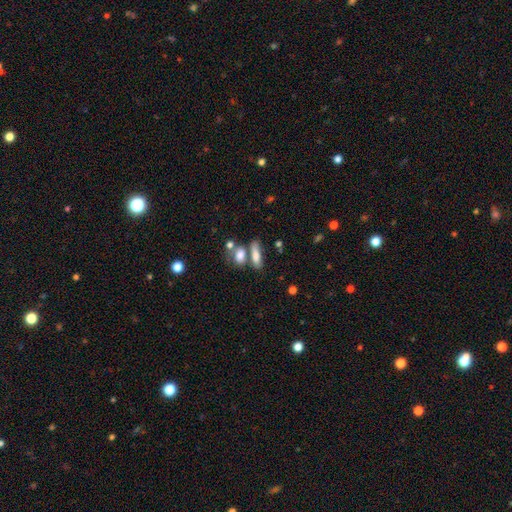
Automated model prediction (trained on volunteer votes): smooth_or_featured: smooth (p=0.77) [alt: featured or disk p=0.15]
how_rounded: in between (p=0.58) [alt: cigar-shaped p=0.35]
merging: none (p=0.47) [alt: merger p=0.34]